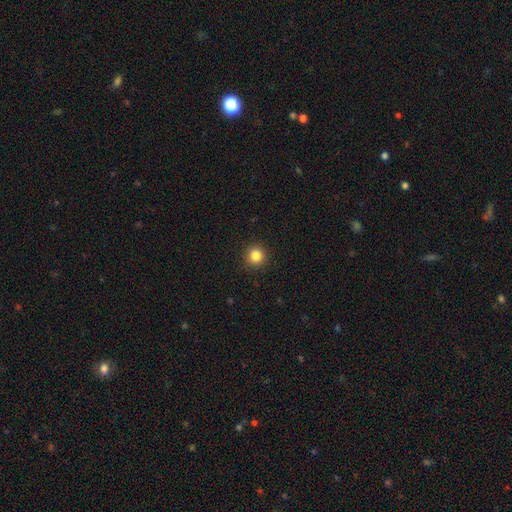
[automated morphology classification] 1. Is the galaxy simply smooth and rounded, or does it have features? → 84% smooth, 11% star or artifact, 4% featured or disk.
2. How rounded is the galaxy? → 94% round, 5% in between, 1% cigar-shaped.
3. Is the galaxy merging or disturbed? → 92% none, 5% minor disturbance, 2% major disturbance, 1% merger.